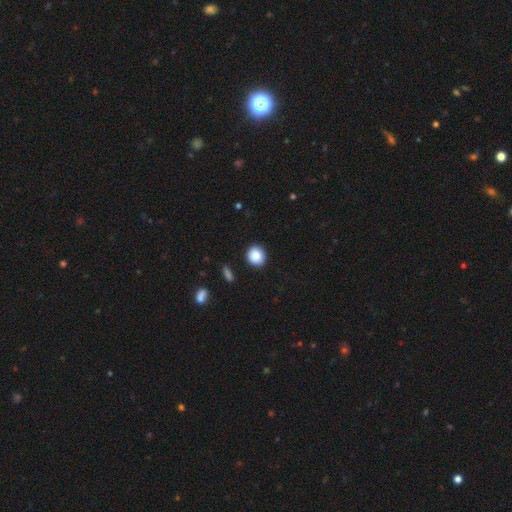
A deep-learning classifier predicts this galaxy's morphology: A smooth galaxy with no disk features (87%) that is round (82%).

Vote fractions:
- Smooth or featured? smooth: 87% / star or artifact: 8% / featured or disk: 5%
- How rounded? round: 82% / in between: 17% / cigar-shaped: 1%
- Merging? none: 89% / minor disturbance: 8% / major disturbance: 2% / merger: 1%